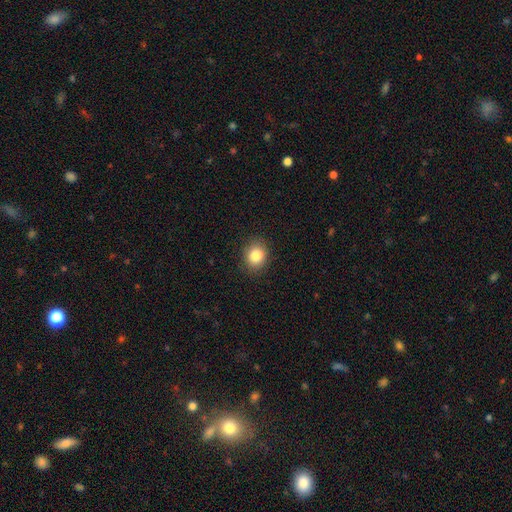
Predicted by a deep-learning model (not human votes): Smooth or featured?
  - smooth: 84% *
  - star or artifact: 10%
  - featured or disk: 6%
How rounded?
  - round: 67% *
  - in between: 33%
  - cigar-shaped: 1%
Merging?
  - none: 88% *
  - minor disturbance: 9%
  - major disturbance: 2%
  - merger: 1%